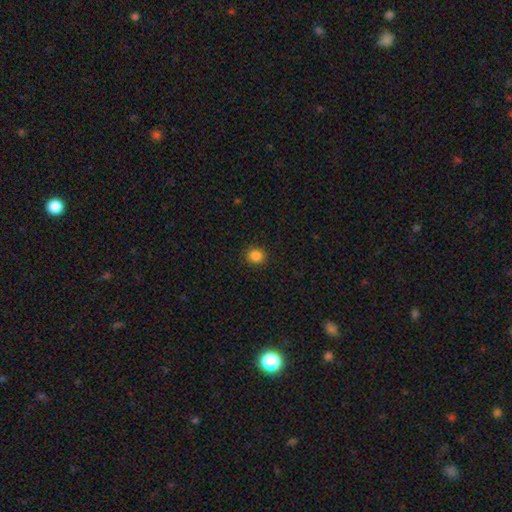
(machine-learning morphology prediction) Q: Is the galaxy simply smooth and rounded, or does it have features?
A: smooth — 85%.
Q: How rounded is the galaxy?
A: round — 84%.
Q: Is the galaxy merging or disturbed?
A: none — 91%.